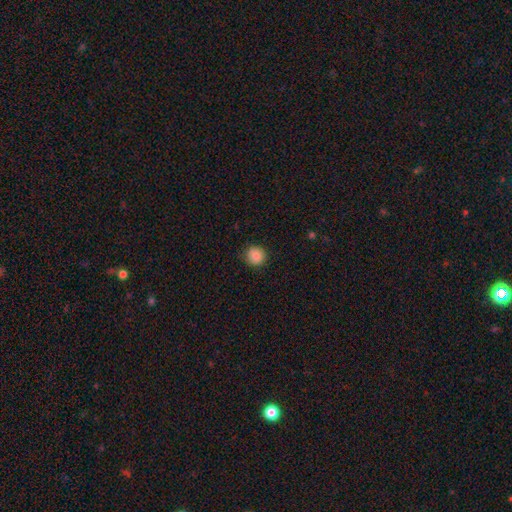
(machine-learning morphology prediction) Smooth or featured? Predicted: smooth (p=0.86). How rounded? Predicted: round (p=0.92). Merging? Predicted: none (p=0.84).